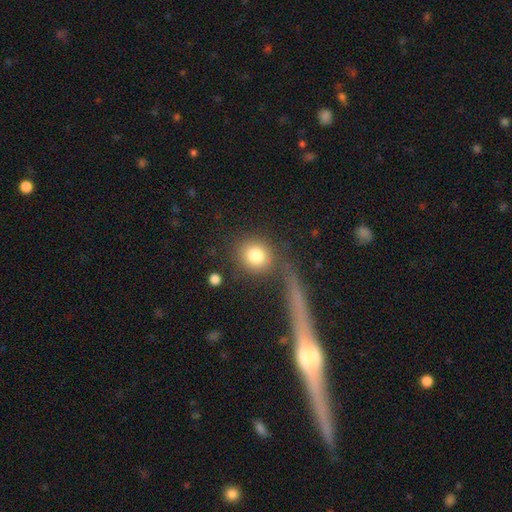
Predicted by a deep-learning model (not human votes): smooth-or-featured: smooth: 81% | featured or disk: 10% | star or artifact: 10%
  how-rounded: round: 83% | in between: 15% | cigar-shaped: 2%
  merging: none: 72% | merger: 12% | minor disturbance: 11% | major disturbance: 6%